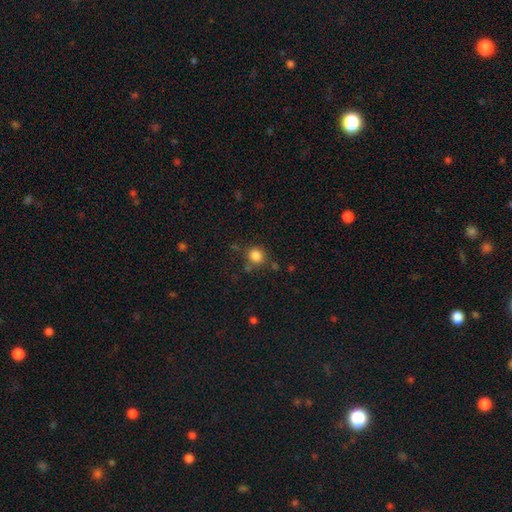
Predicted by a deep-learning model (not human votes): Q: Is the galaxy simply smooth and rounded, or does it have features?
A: smooth — 84%.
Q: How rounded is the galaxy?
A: round — 80%.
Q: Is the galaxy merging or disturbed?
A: none — 75%.